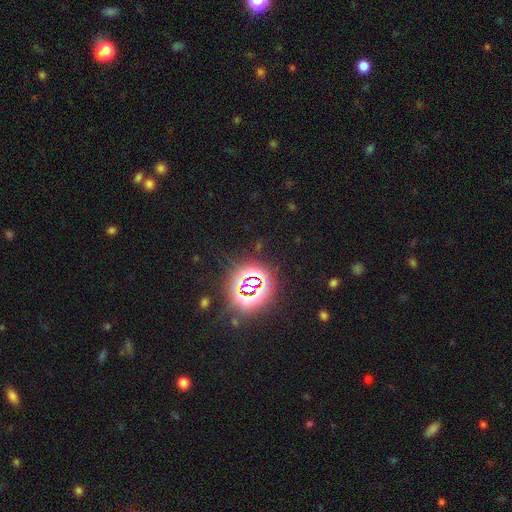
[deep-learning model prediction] smooth-or-featured: star or artifact: 80% | smooth: 13% | featured or disk: 7%